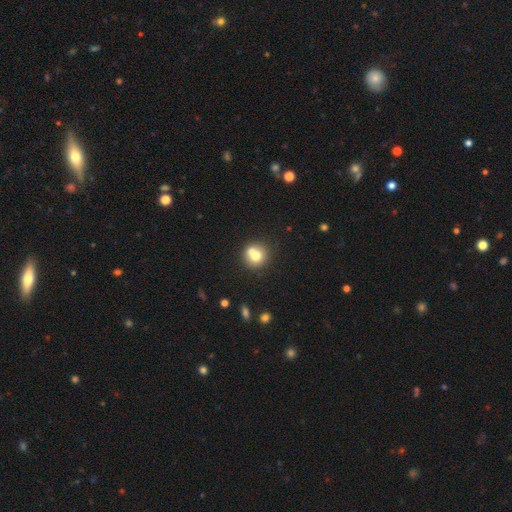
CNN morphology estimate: A smooth galaxy with no disk features (70%) that is round (89%). Merging: none (49%).